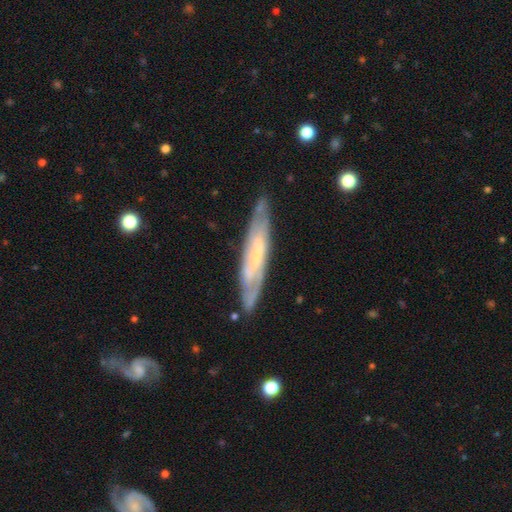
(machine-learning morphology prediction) Smooth or featured? featured or disk (67%)
Edge-on disk? yes (55%)
Merging? none (78%)